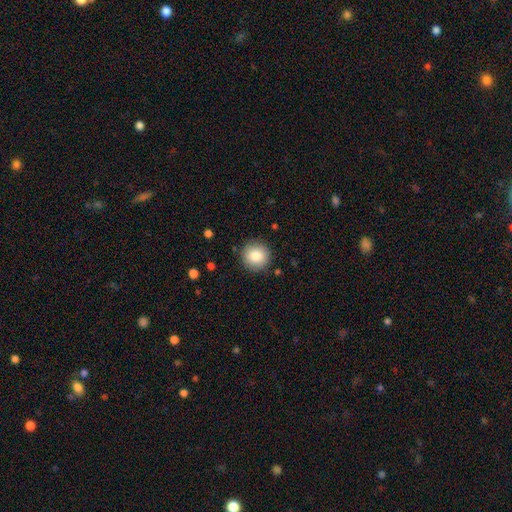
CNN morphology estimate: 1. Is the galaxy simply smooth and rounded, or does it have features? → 84% smooth, 9% star or artifact, 7% featured or disk.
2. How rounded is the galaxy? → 94% round, 5% in between, 1% cigar-shaped.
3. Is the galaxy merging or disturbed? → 89% none, 8% minor disturbance, 2% major disturbance, 1% merger.